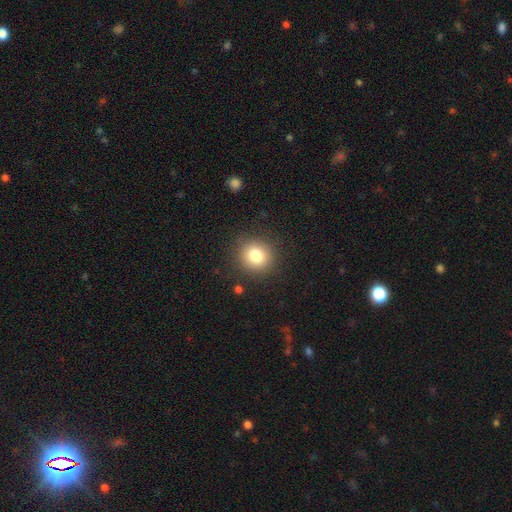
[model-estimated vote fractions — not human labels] Q: Smooth or featured?
A: smooth (81%); runner-up: star or artifact (11%)
Q: How rounded?
A: round (88%); runner-up: in between (11%)
Q: Merging?
A: none (88%); runner-up: minor disturbance (8%)